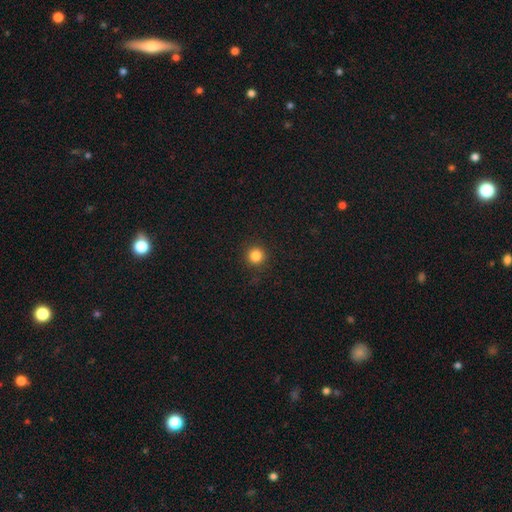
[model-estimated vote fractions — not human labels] A smooth galaxy with no disk features (84%) that is round (95%).

Vote fractions:
- Smooth or featured? smooth: 84% / star or artifact: 12% / featured or disk: 4%
- How rounded? round: 95% / in between: 4% / cigar-shaped: 1%
- Merging? none: 91% / minor disturbance: 6% / major disturbance: 2% / merger: 1%